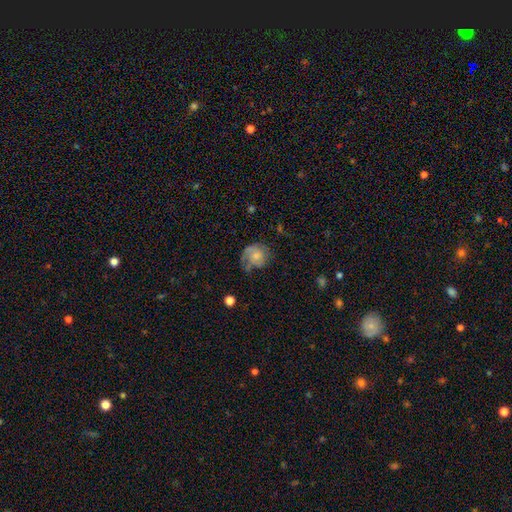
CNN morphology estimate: Q: Smooth or featured?
A: smooth (54%); runner-up: featured or disk (37%)
Q: How rounded?
A: round (75%); runner-up: in between (24%)
Q: Merging?
A: none (45%); runner-up: minor disturbance (30%)